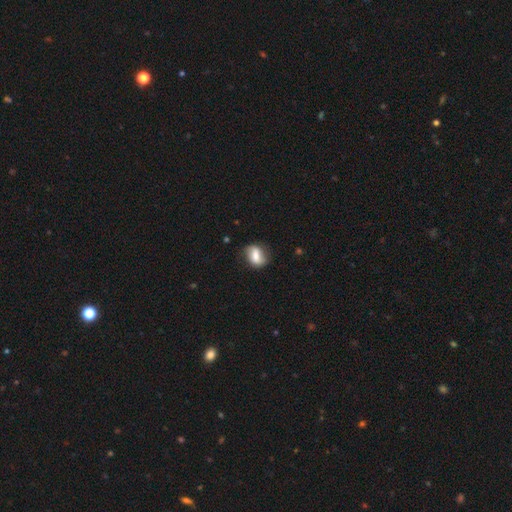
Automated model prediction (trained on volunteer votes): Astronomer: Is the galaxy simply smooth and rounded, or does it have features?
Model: smooth — 60%.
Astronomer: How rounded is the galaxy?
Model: in between — 67%.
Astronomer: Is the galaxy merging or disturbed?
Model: none — 73%.